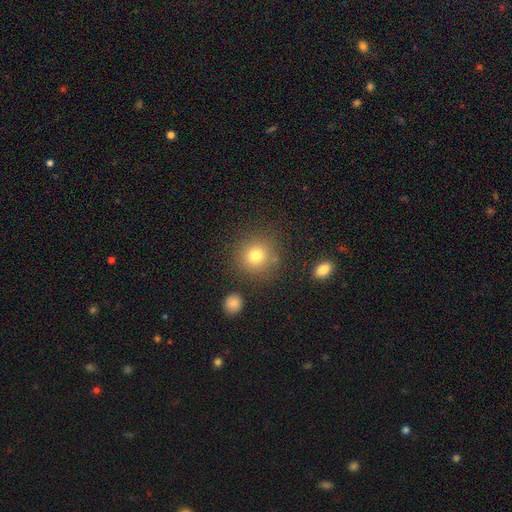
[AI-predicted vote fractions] Overall: smooth (78%). How rounded: round (91%). Merging: none (83%).